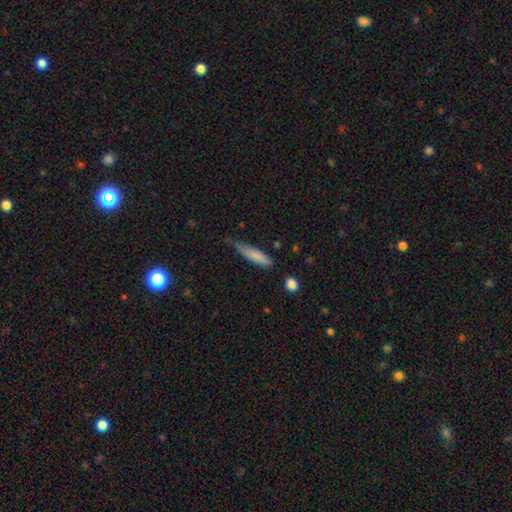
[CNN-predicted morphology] The model was most divided on "merging": none: 48%, minor disturbance: 39%, major disturbance: 10%, merger: 3%. More confident: how rounded — cigar-shaped (79%); smooth or featured — smooth (78%).